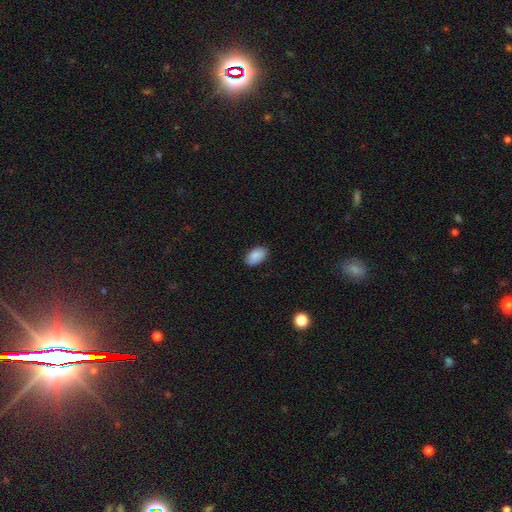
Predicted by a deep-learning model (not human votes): Smooth or featured? Predicted: smooth (p=0.89). How rounded? Predicted: in between (p=0.93). Merging? Predicted: none (p=0.84).